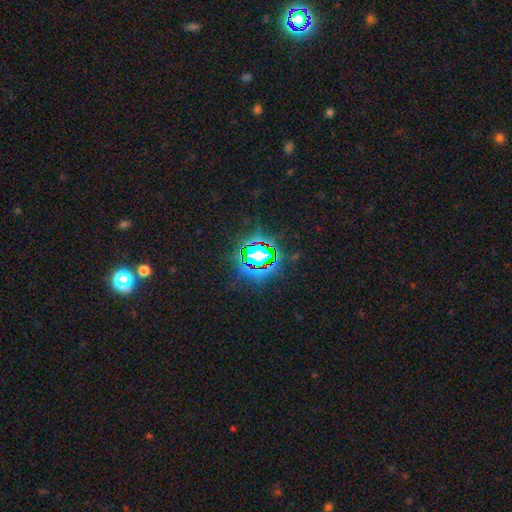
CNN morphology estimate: star or artifact 80%, smooth 13%, featured or disk 8%.